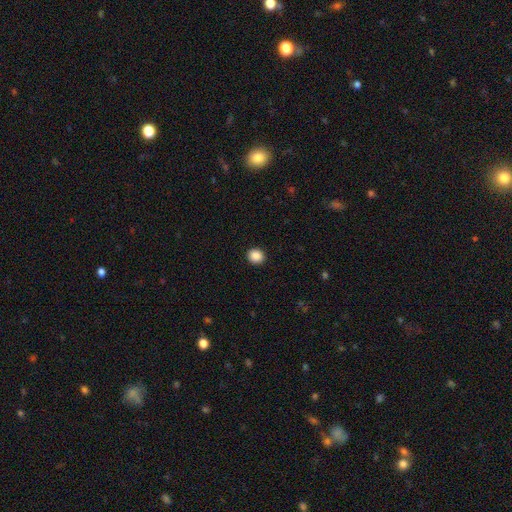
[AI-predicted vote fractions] The model was most divided on "how rounded": round: 82%, in between: 17%, cigar-shaped: 1%. More confident: merging — none (92%); smooth or featured — smooth (89%).